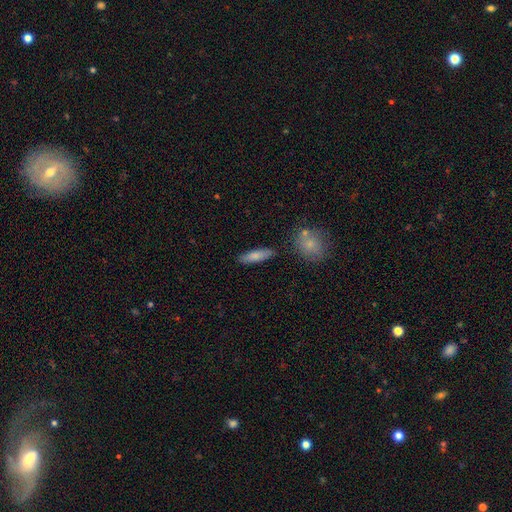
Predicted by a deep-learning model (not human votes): smooth 79%, featured or disk 15%, star or artifact 6%. Down the decision tree: how rounded — cigar-shaped (60%); merging — none (84%).